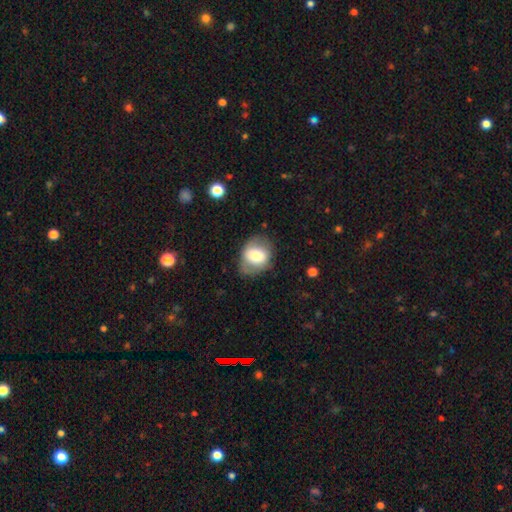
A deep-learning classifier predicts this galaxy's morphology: This is likely a smooth galaxy (65%). How rounded: possibly round (50%). Merging: likely none (68%).